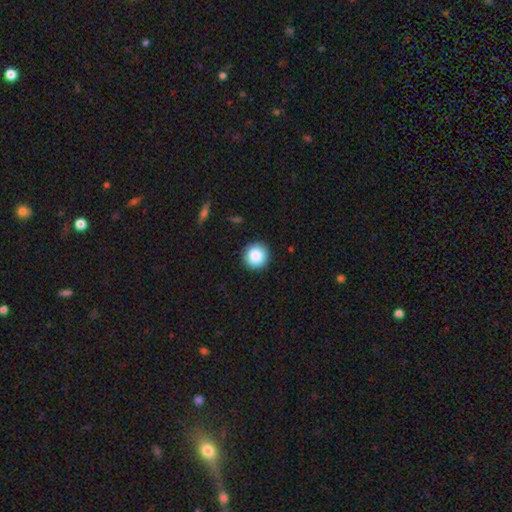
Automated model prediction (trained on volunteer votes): Morphology: type=smooth (86%); roundness=round (95%); merging=none (91%).